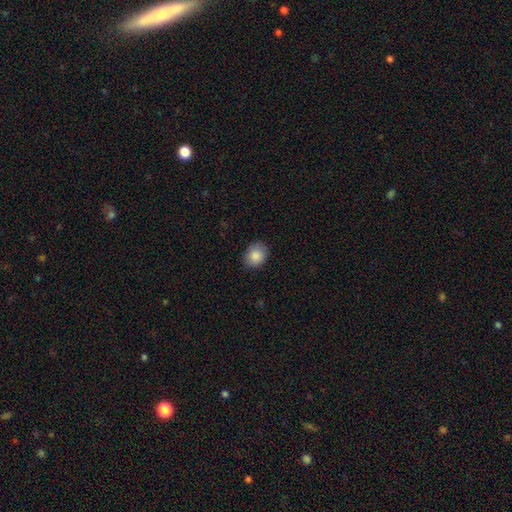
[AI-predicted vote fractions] Smooth or featured: smooth — 87% (star or artifact — 8%)
How rounded: in between — 55% (round — 45%)
Merging: none — 83% (minor disturbance — 14%)